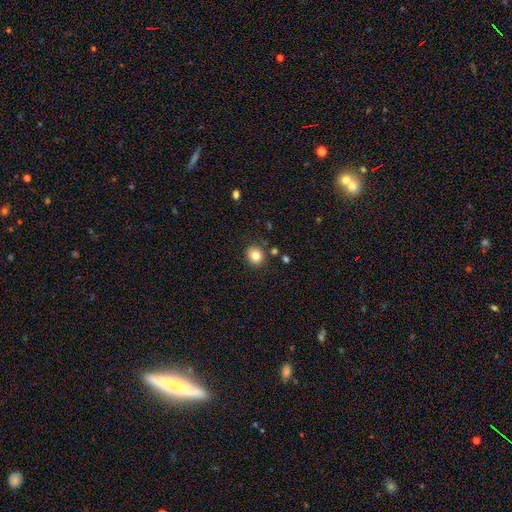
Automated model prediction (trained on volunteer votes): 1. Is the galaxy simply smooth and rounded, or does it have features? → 82% smooth, 11% star or artifact, 7% featured or disk.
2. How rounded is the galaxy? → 76% round, 23% in between, 1% cigar-shaped.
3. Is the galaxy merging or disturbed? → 85% none, 9% minor disturbance, 4% merger, 3% major disturbance.